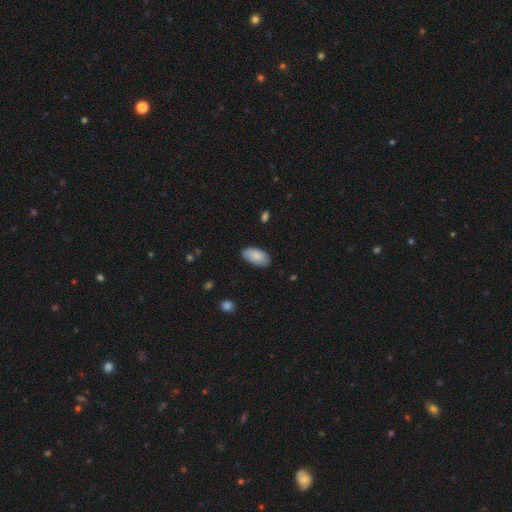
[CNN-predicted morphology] The model was most divided on "merging": none: 81%, minor disturbance: 15%, major disturbance: 3%, merger: 1%. More confident: how rounded — in between (95%); smooth or featured — smooth (83%).